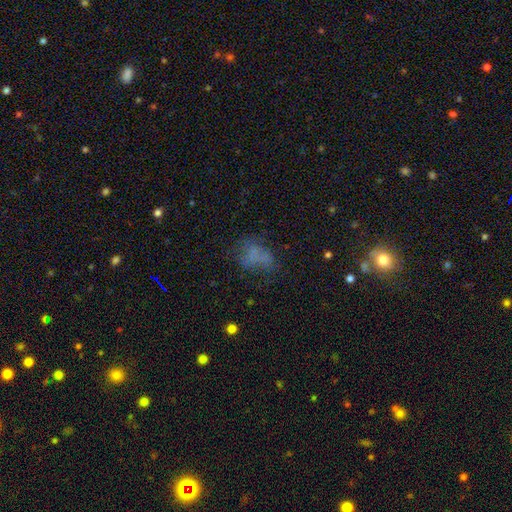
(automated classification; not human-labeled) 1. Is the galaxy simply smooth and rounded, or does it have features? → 53% smooth, 26% featured or disk, 21% star or artifact.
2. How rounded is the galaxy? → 77% in between, 18% round, 4% cigar-shaped.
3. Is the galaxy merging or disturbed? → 42% none, 29% major disturbance, 22% minor disturbance, 7% merger.